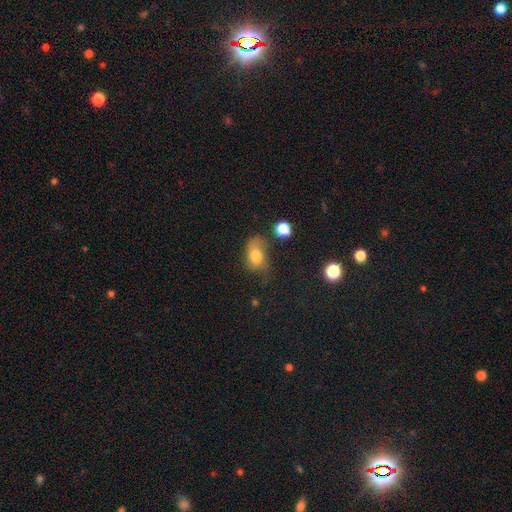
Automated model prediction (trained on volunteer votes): smooth_or_featured: smooth (p=0.72) [alt: featured or disk p=0.17]
how_rounded: in between (p=0.79) [alt: round p=0.19]
merging: none (p=0.37) [alt: minor disturbance p=0.31]